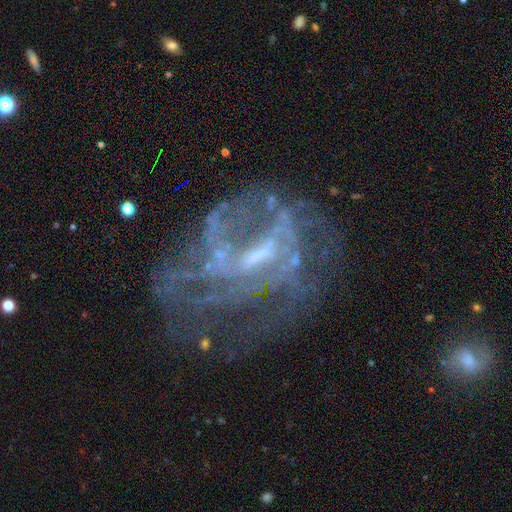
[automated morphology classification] Smooth or featured? Predicted: featured or disk (p=0.75). Edge-on disk? Predicted: no (p=0.97). Bar? Predicted: weak (p=0.45). Spiral arms? Predicted: yes (p=0.55). Bulge size? Predicted: small (p=0.39). Merging? Predicted: none (p=0.44).